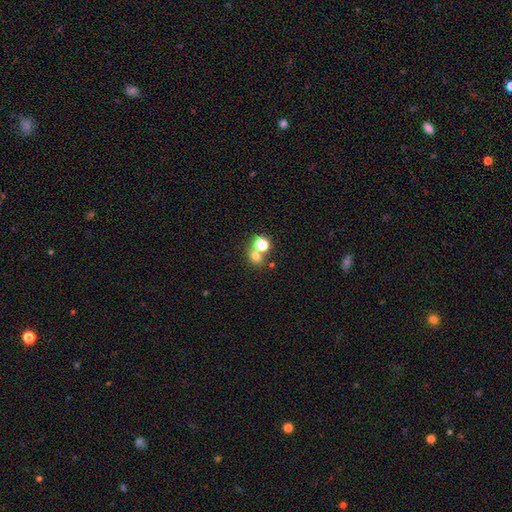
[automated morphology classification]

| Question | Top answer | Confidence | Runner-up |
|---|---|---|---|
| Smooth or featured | smooth | 66% | star or artifact (24%) |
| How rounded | round | 71% | in between (28%) |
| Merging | none | 52% | merger (37%) |